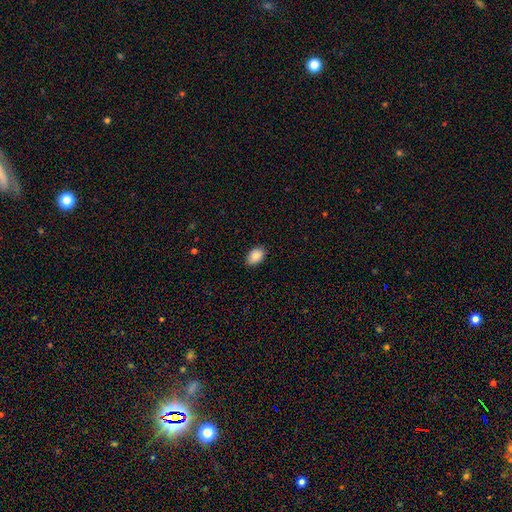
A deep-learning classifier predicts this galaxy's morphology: Smooth or featured: smooth — 88% (star or artifact — 7%)
How rounded: in between — 86% (round — 12%)
Merging: none — 85% (minor disturbance — 12%)